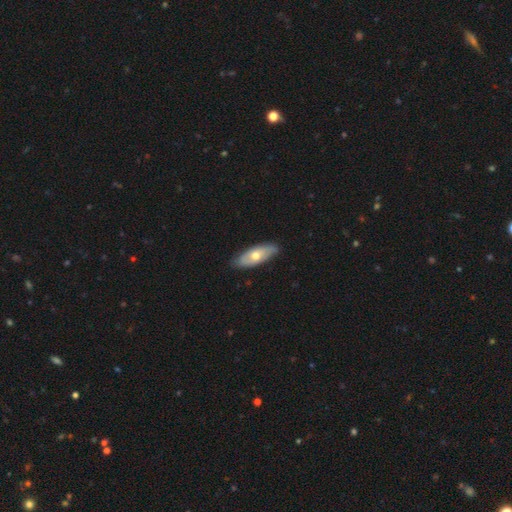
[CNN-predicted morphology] Smooth or featured? Predicted: smooth (p=0.55). How rounded? Predicted: in between (p=0.74). Merging? Predicted: none (p=0.84).